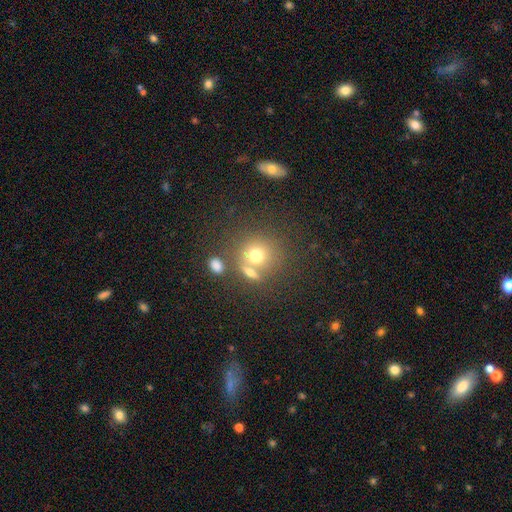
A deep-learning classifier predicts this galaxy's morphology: This is likely a smooth galaxy (69%). How rounded: clearly round (85%). Merging: possibly none (56%).